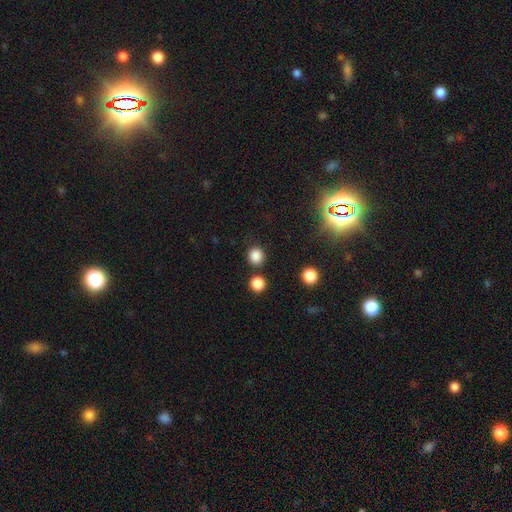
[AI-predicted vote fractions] This appears to be a smooth galaxy with no disk features (83%) that is round (84%). Merging: none (82%).